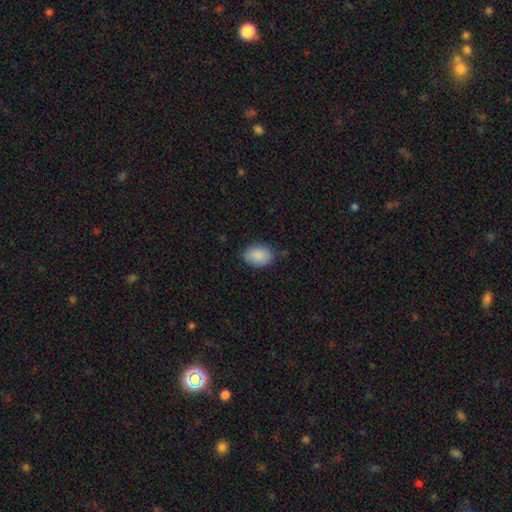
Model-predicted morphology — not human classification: smooth-or-featured: smooth: 89% | star or artifact: 7% | featured or disk: 4%
  how-rounded: in between: 75% | round: 24% | cigar-shaped: 1%
  merging: none: 82% | minor disturbance: 14% | major disturbance: 3% | merger: 1%